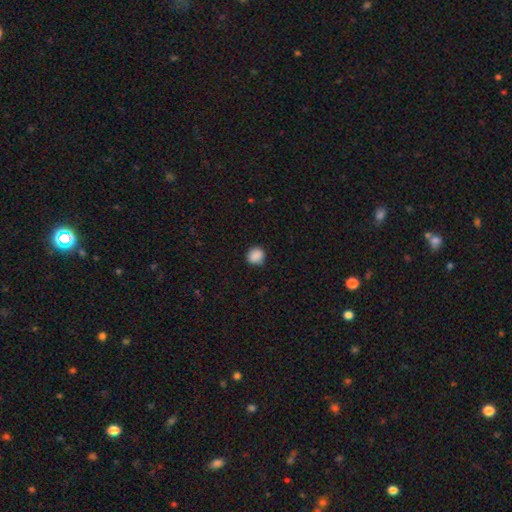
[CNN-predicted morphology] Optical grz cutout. It shows a smooth galaxy with no disk features (87%) that is round (75%). Merging: none (82%).